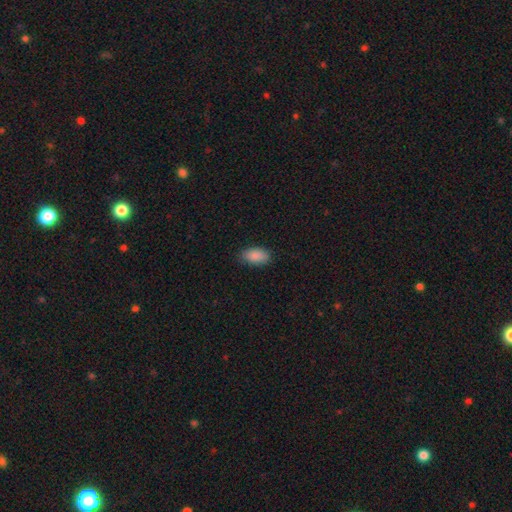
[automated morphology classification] Smooth or featured: smooth — 88% (star or artifact — 7%)
How rounded: in between — 93% (round — 4%)
Merging: none — 83% (minor disturbance — 13%)